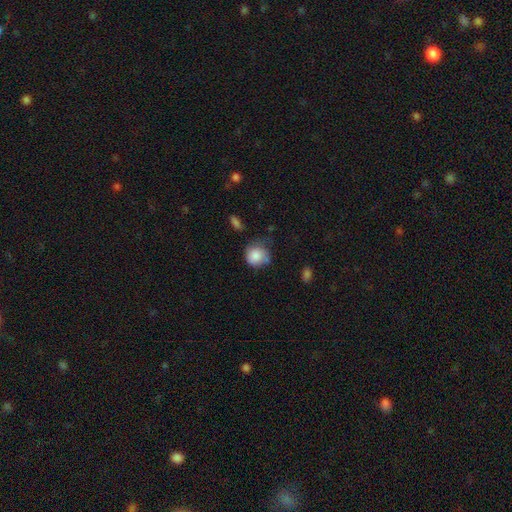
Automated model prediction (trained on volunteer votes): smooth-or-featured: smooth: 80% | featured or disk: 12% | star or artifact: 8%
  how-rounded: round: 81% | in between: 18% | cigar-shaped: 1%
  merging: none: 48% | minor disturbance: 34% | major disturbance: 13% | merger: 4%